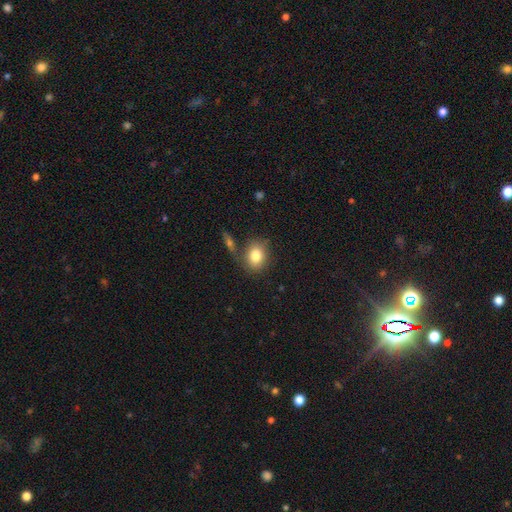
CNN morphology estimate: Smooth or featured? Predicted: smooth (p=0.81). How rounded? Predicted: round (p=0.53). Merging? Predicted: none (p=0.72).